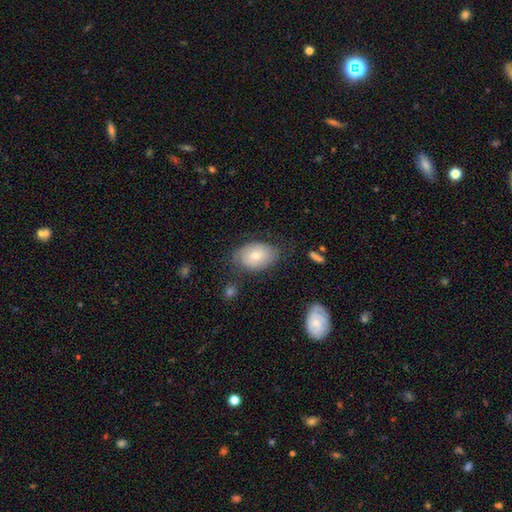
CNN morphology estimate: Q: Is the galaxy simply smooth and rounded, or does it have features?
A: smooth — 64%.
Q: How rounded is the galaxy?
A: in between — 83%.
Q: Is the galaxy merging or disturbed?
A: none — 66%.